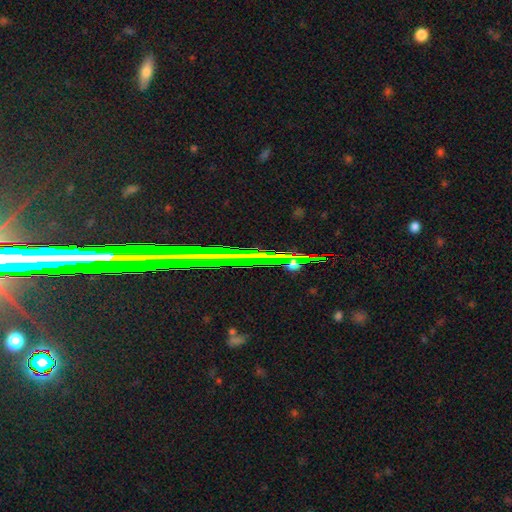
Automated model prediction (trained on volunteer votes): A star or artifact, not a galaxy (68%).